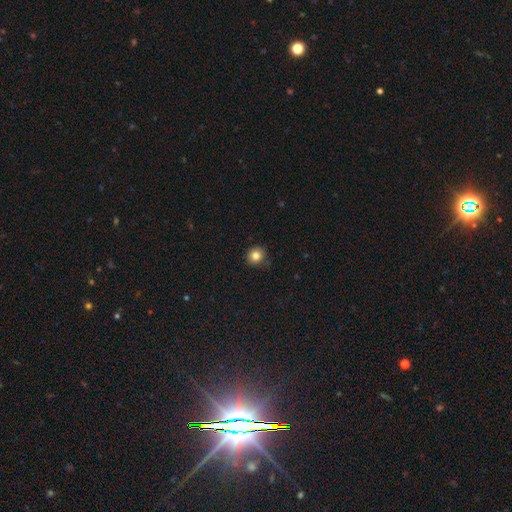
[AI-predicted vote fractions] Q: Smooth or featured?
A: smooth (81%); runner-up: star or artifact (12%)
Q: How rounded?
A: round (90%); runner-up: in between (9%)
Q: Merging?
A: none (86%); runner-up: minor disturbance (10%)